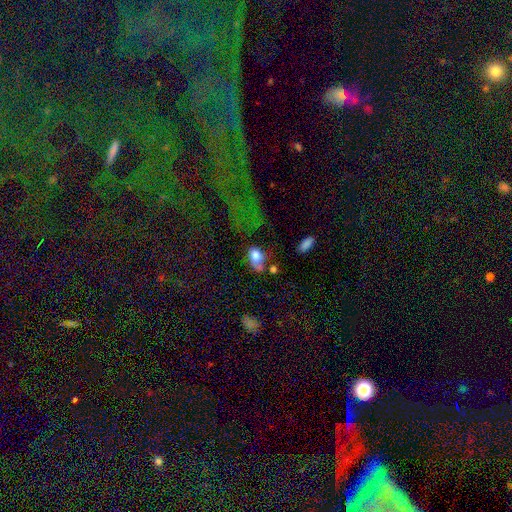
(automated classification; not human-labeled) smooth 69%, featured or disk 22%, star or artifact 9%. Down the decision tree: how rounded — in between (82%); merging — major disturbance (36%).